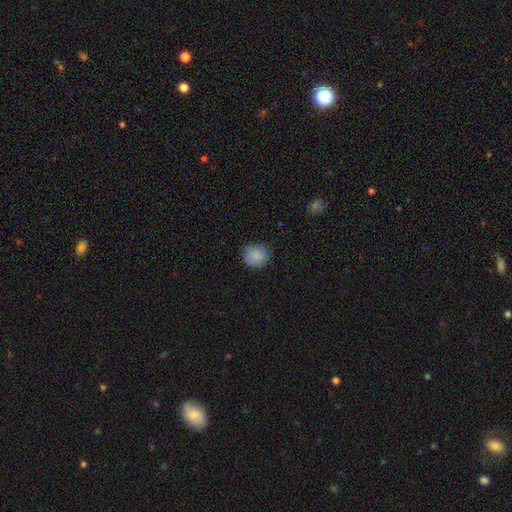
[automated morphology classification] smooth-or-featured: smooth: 85% | featured or disk: 8% | star or artifact: 7%
  how-rounded: round: 87% | in between: 12% | cigar-shaped: 1%
  merging: none: 81% | minor disturbance: 15% | major disturbance: 3% | merger: 1%